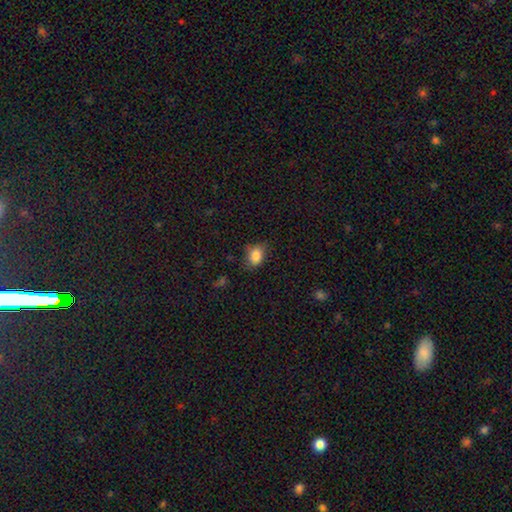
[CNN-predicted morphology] Smooth or featured? smooth (85%)
How rounded? in between (73%)
Merging? none (69%)